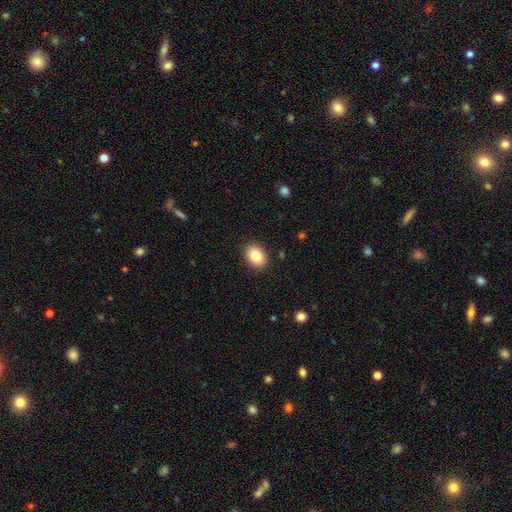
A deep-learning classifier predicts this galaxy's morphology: This appears to be a smooth galaxy with no disk features (86%) that is in between round and cigar-shaped (73%). Merging: none (89%).